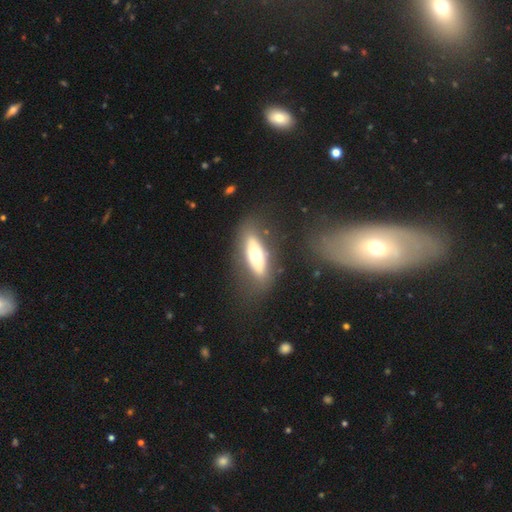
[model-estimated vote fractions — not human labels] Smooth or featured: featured or disk — 47% (smooth — 46%)
Merging: none — 75% (minor disturbance — 14%)